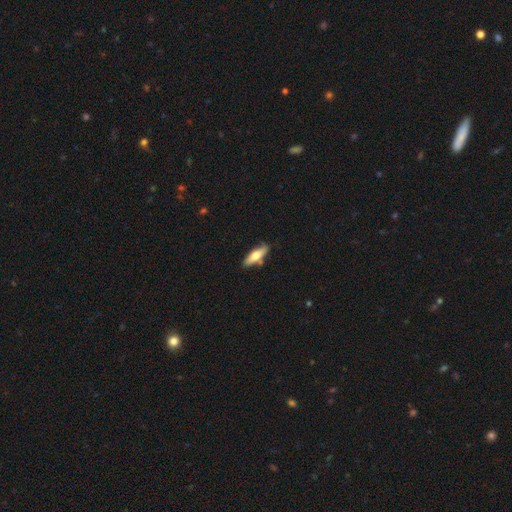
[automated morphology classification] Overall: smooth (59%; featured or disk 35%). How rounded: cigar-shaped (55%; in between 43%). Merging: none (76%).